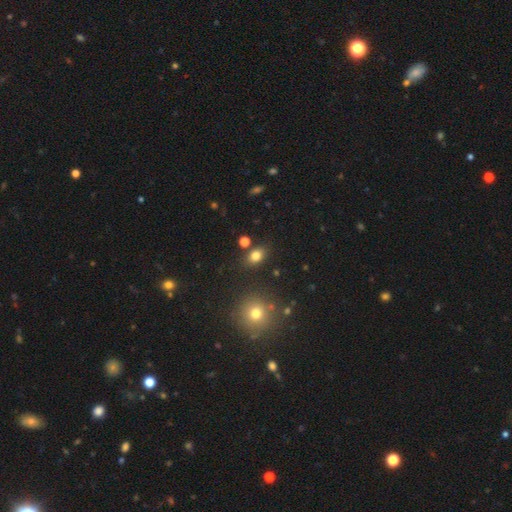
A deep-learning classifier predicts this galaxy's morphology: smooth_or_featured: smooth (p=0.80) [alt: star or artifact p=0.13]
how_rounded: in between (p=0.69) [alt: round p=0.30]
merging: none (p=0.82) [alt: minor disturbance p=0.10]